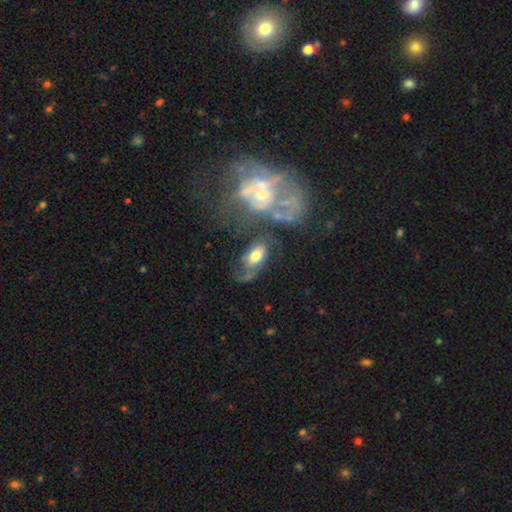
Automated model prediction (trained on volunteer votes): Q: Smooth or featured?
A: featured or disk (51%); runner-up: smooth (41%)
Q: Edge-on disk?
A: no (94%); runner-up: yes (6%)
Q: Merging?
A: none (34%); runner-up: major disturbance (24%)